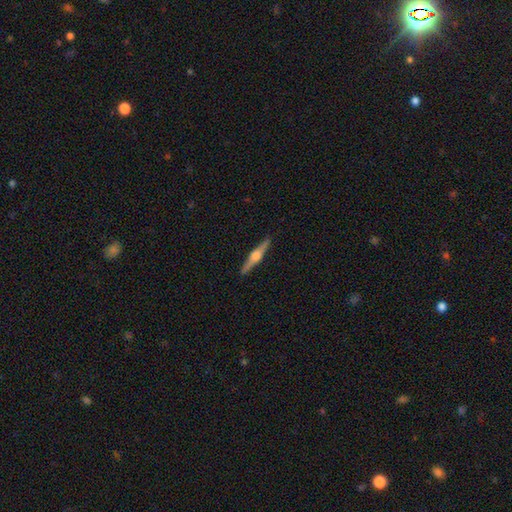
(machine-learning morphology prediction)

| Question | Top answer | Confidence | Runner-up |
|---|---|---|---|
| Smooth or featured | featured or disk | 78% | smooth (17%) |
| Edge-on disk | yes | 98% | no (2%) |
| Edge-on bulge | rounded | 89% | boxy (8%) |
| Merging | none | 91% | minor disturbance (6%) |